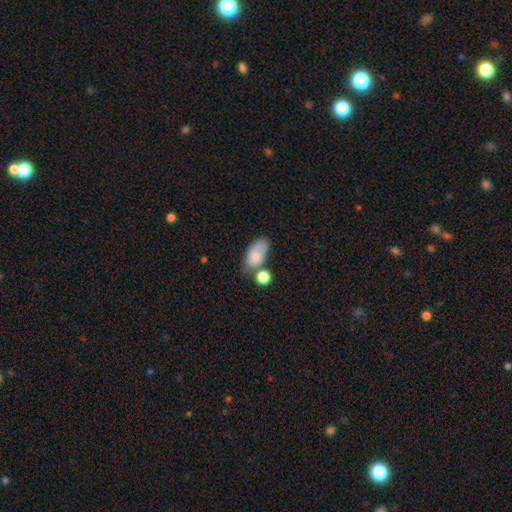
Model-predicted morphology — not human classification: A smooth galaxy with no disk features (78%) that is in between round and cigar-shaped (91%). Merging: none (51%).